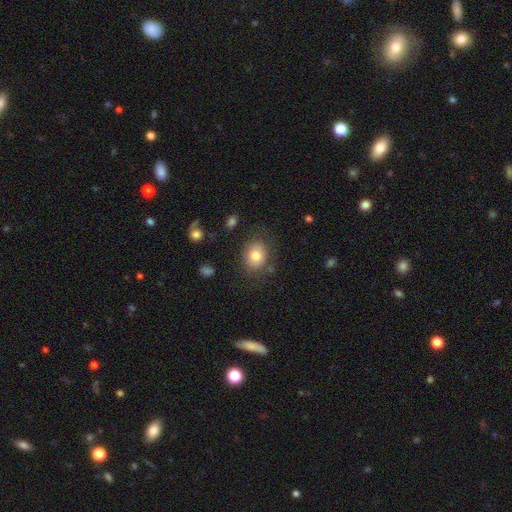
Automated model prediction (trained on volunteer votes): smooth_or_featured: smooth (p=0.79) [alt: featured or disk p=0.11]
how_rounded: round (p=0.58) [alt: in between p=0.41]
merging: none (p=0.81) [alt: minor disturbance p=0.12]